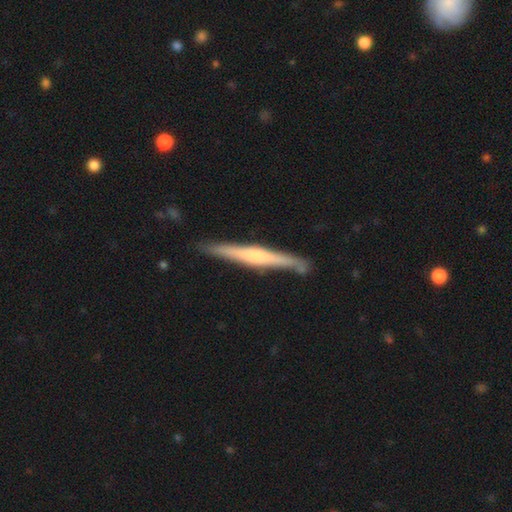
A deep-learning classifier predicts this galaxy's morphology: Smooth or featured: featured or disk — 61% (smooth — 33%)
Edge-on disk: yes — 97% (no — 3%)
Edge-on bulge: rounded — 48% (none — 28%)
Merging: none — 84% (minor disturbance — 12%)